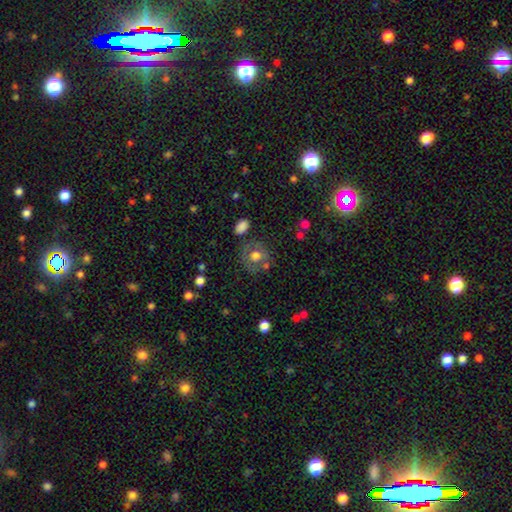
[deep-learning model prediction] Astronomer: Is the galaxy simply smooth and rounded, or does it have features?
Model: smooth — 62%.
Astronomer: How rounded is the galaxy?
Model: round — 83%.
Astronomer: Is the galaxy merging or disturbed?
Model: none — 67%.